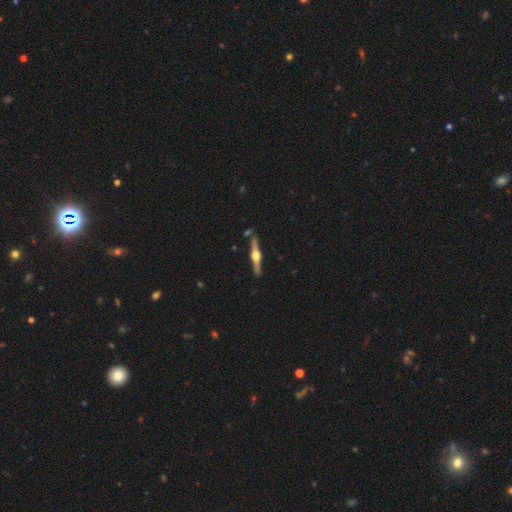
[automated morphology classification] Smooth or featured? featured or disk (80%)
Edge-on disk? yes (98%)
Edge-on bulge? rounded (95%)
Merging? none (86%)